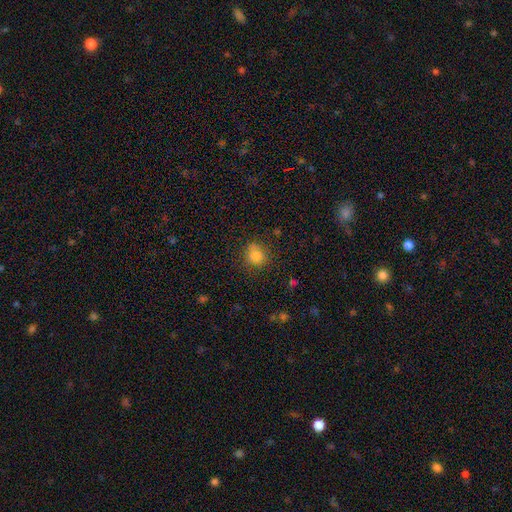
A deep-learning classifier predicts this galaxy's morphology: Smooth or featured? smooth (82%)
How rounded? round (89%)
Merging? none (76%)